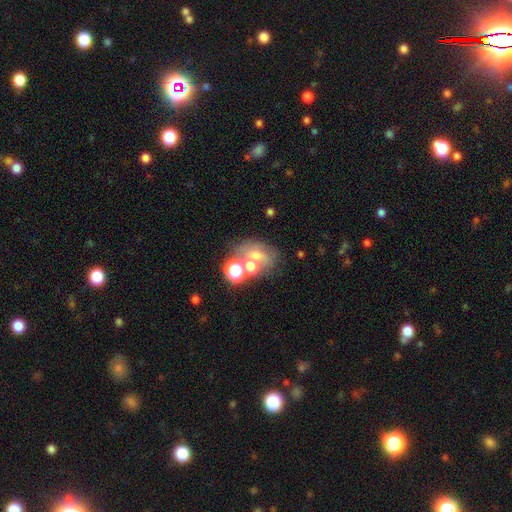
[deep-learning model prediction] smooth 38%, featured or disk 33%, star or artifact 29%. Down the decision tree: merging — none (43%).